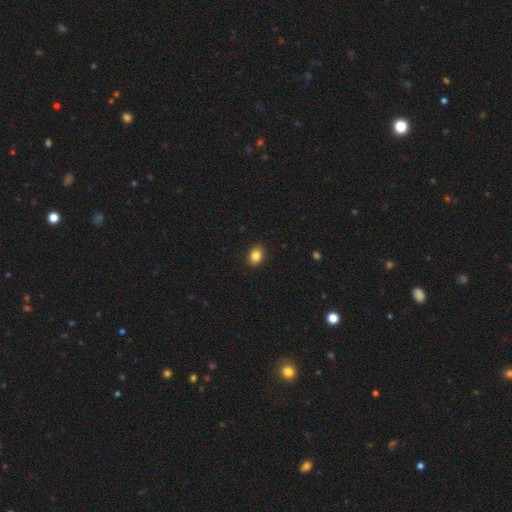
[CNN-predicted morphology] Smooth or featured: smooth — 86% (star or artifact — 9%)
How rounded: in between — 65% (round — 34%)
Merging: none — 90% (minor disturbance — 7%)